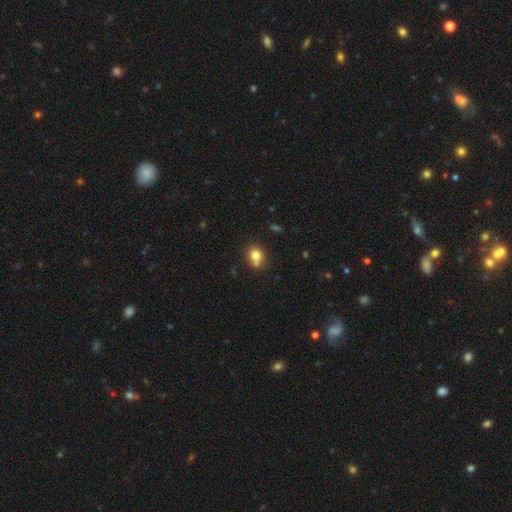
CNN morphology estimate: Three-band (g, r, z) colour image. It shows a smooth galaxy with no disk features (78%) that is round (74%). Merging: none (60%).